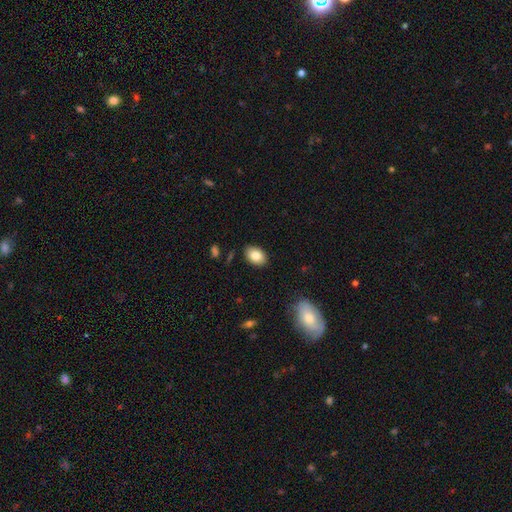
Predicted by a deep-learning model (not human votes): This is clearly a smooth galaxy (84%). How rounded: clearly in between (85%). Merging: clearly none (87%).